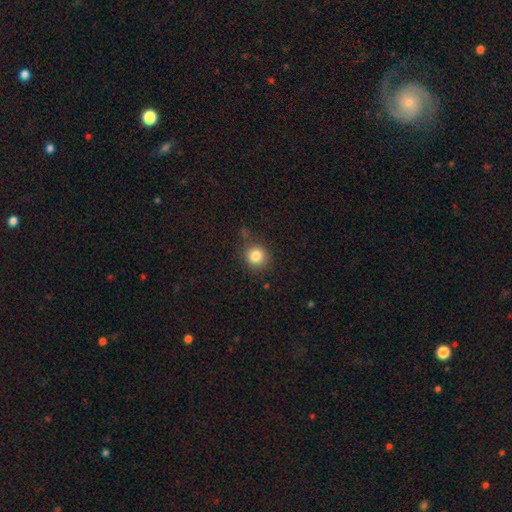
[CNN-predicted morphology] Smooth or featured? smooth (85%)
How rounded? round (90%)
Merging? none (83%)